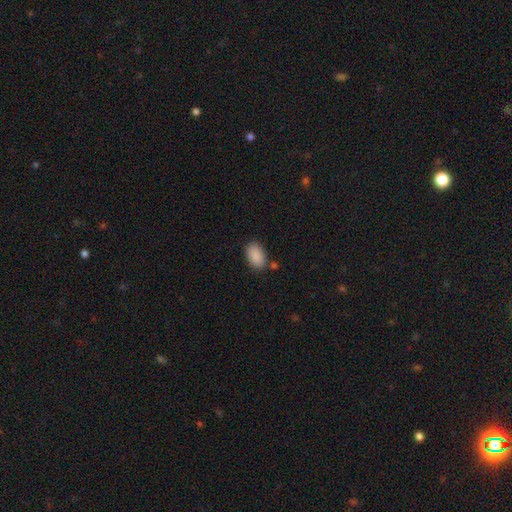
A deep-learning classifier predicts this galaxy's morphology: Smooth or featured? Predicted: smooth (p=0.90). How rounded? Predicted: in between (p=0.92). Merging? Predicted: none (p=0.79).